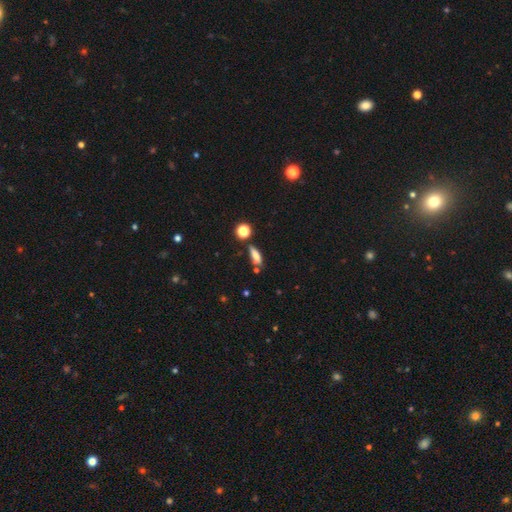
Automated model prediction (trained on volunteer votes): A smooth galaxy with no disk features (71%) that is in between round and cigar-shaped (48%). Merging: none (66%).